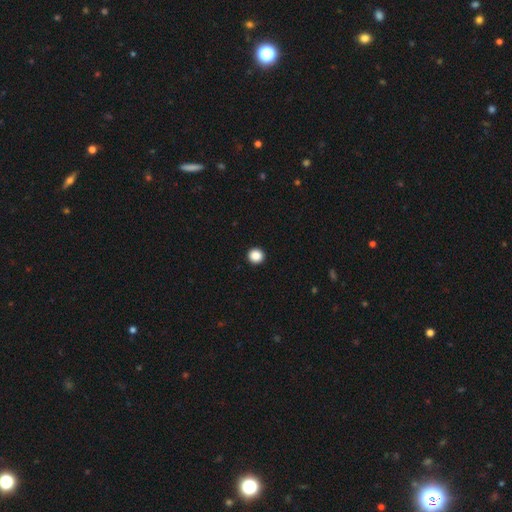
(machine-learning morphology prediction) type=smooth (88%); roundness=round (95%); merging=none (94%).